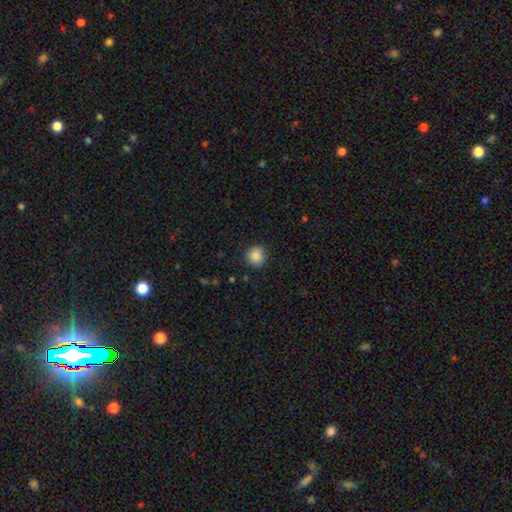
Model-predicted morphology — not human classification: Smooth or featured: smooth — 88% (star or artifact — 9%)
How rounded: round — 92% (in between — 7%)
Merging: none — 88% (minor disturbance — 8%)